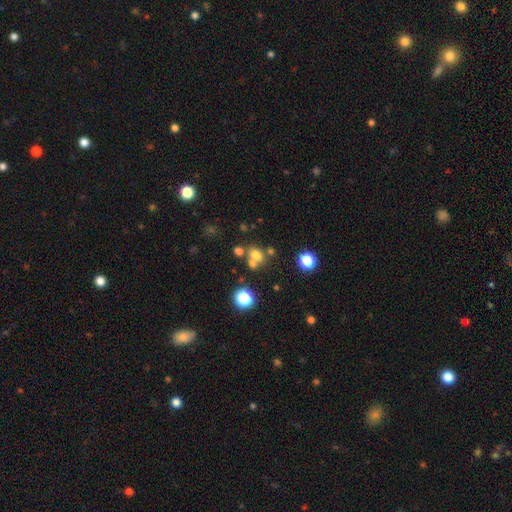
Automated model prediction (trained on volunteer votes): The model was most divided on "how rounded": round: 53%, in between: 46%, cigar-shaped: 1%. Remaining: smooth or featured — smooth (68%); merging — none (48%).